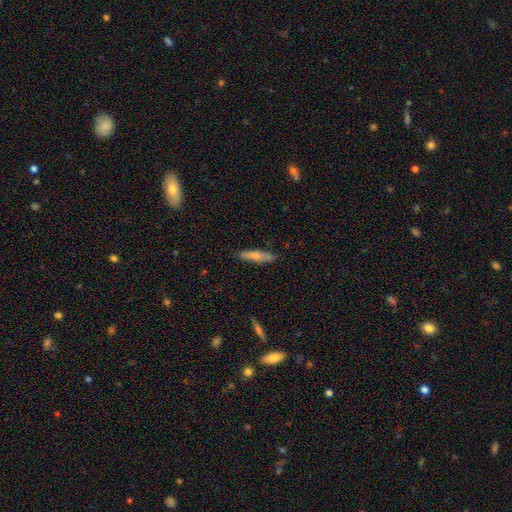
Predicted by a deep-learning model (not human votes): Smooth or featured? smooth (66%)
How rounded? cigar-shaped (85%)
Merging? none (88%)